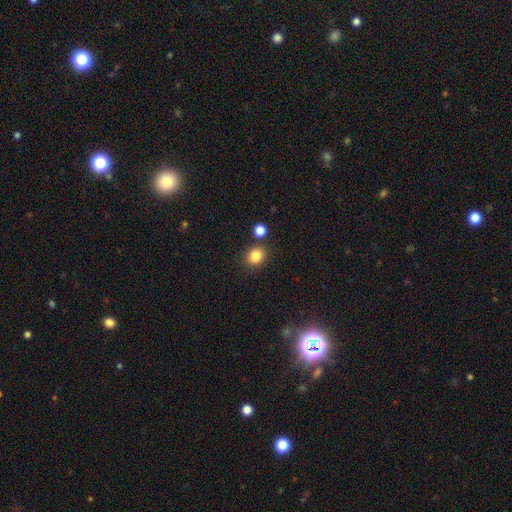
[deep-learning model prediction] Morphology: type=smooth (83%); roundness=round (76%); merging=none (80%).